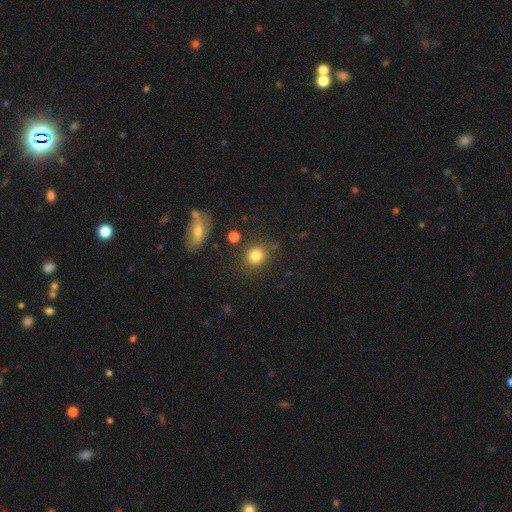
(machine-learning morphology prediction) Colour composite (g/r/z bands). It shows a smooth galaxy with no disk features (81%) that is round (72%). Merging: none (78%).